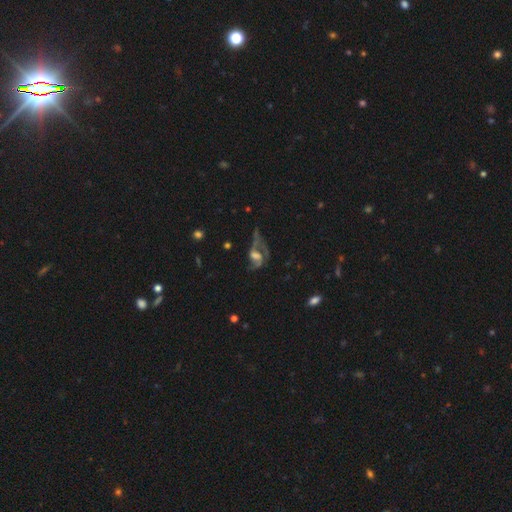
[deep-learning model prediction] A featured or disk galaxy (69%) with no bar (45%), 2 (65%) loose (50%) spiral arms (78%) and a moderate central bulge (34%). Merging: major disturbance (46%).